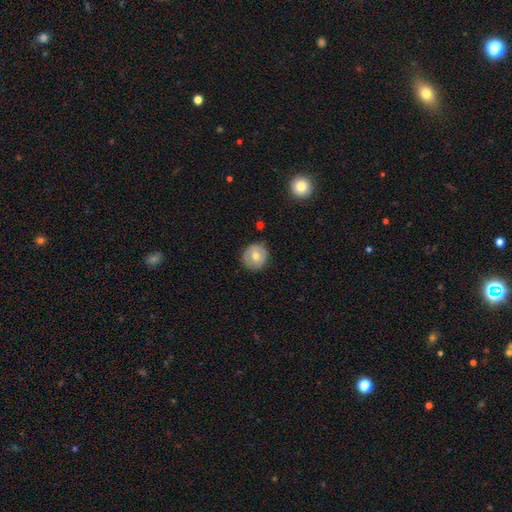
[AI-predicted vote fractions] Morphology: type=smooth (67%); roundness=round (91%); merging=none (86%).